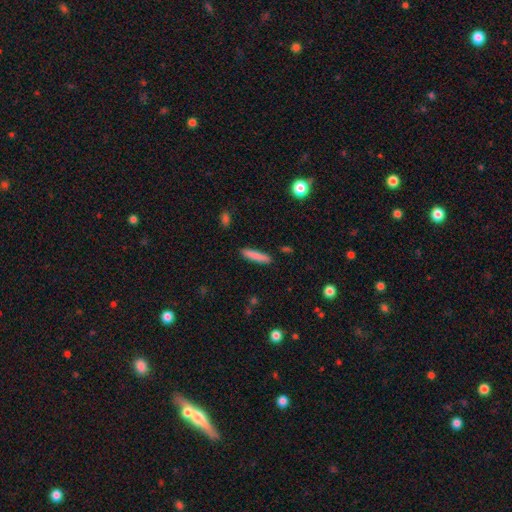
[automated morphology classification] type=smooth (84%); roundness=cigar-shaped (88%); merging=none (89%).